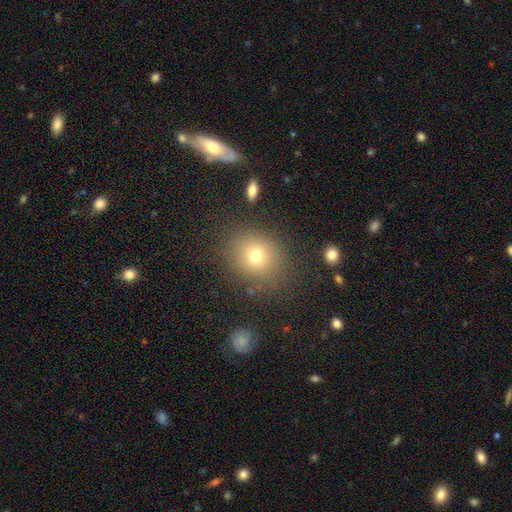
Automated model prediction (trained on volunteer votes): A smooth galaxy with no disk features (73%) that is round (73%).

Vote fractions:
- Smooth or featured? smooth: 73% / star or artifact: 16% / featured or disk: 11%
- How rounded? round: 73% / in between: 26% / cigar-shaped: 1%
- Merging? none: 83% / minor disturbance: 10% / major disturbance: 4% / merger: 3%